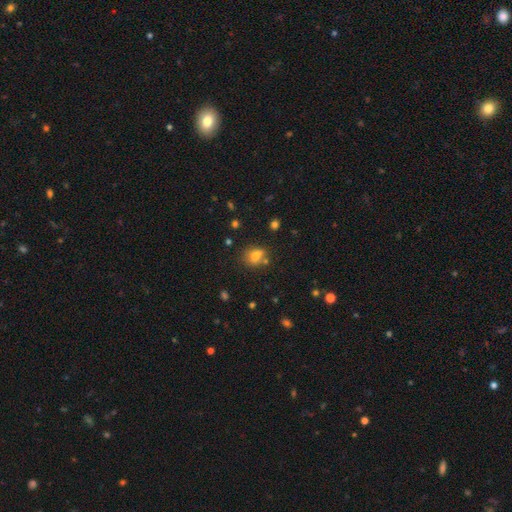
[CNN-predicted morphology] type=smooth (71%); roundness=in between (57%); merging=none (51%).